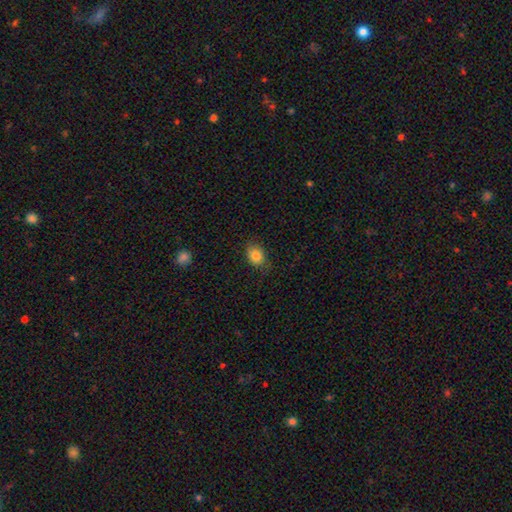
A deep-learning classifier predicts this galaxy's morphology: Q: Smooth or featured?
A: smooth (83%); runner-up: star or artifact (9%)
Q: How rounded?
A: in between (64%); runner-up: round (35%)
Q: Merging?
A: none (76%); runner-up: minor disturbance (19%)